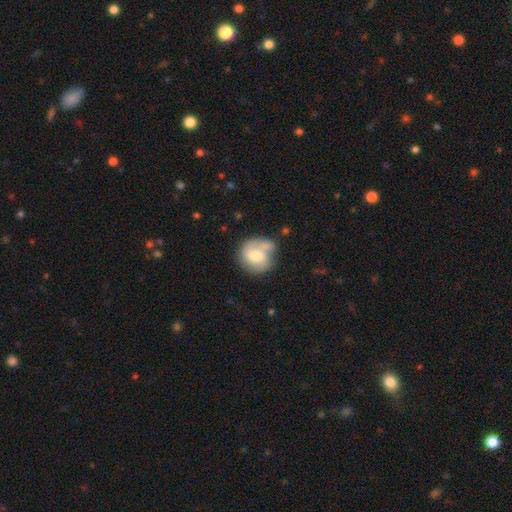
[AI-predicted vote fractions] Morphology: type=smooth (52%); roundness=round (79%); merging=none (48%).